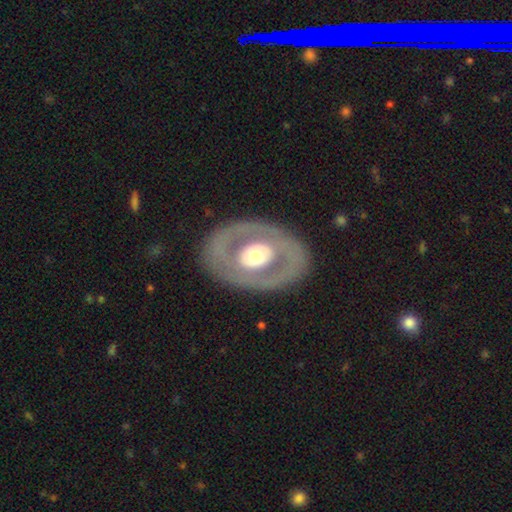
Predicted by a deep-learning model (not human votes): A featured or disk galaxy (64%) with no bar (79%), no spiral arms (84%) and a moderate central bulge (60%).

Vote fractions:
- Smooth or featured? featured or disk: 64% / smooth: 31% / star or artifact: 5%
- Edge-on disk? no: 93% / yes: 7%
- Bar? no: 79% / weak: 14% / strong: 8%
- Spiral arms? no: 84% / yes: 16%
- Bulge size? moderate: 60% / large: 29% / small: 7% / dominant: 3% / none: 1%
- Merging? none: 83% / minor disturbance: 10% / major disturbance: 6% / merger: 1%